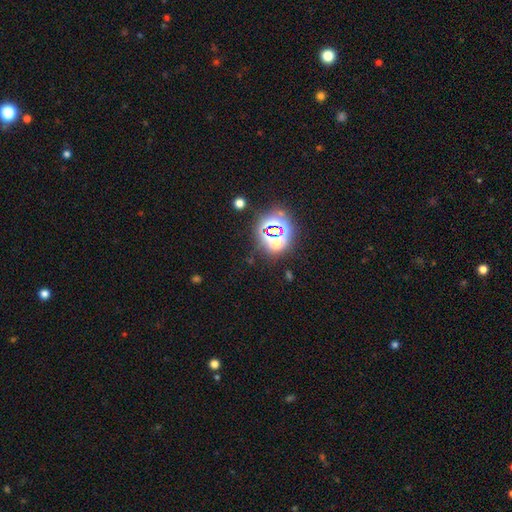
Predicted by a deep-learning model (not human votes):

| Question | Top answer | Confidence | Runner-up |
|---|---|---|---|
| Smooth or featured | star or artifact | 78% | smooth (15%) |